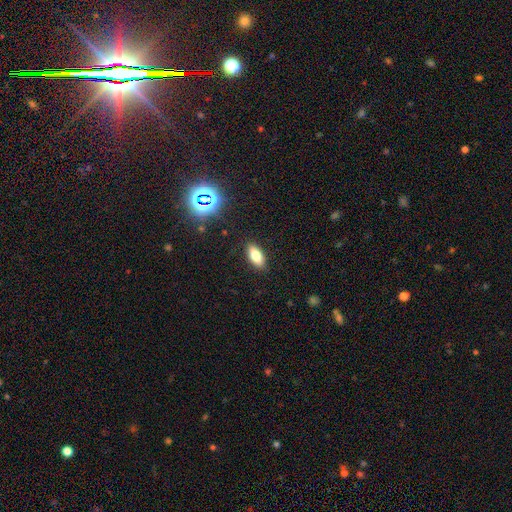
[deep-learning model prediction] smooth 77%, featured or disk 13%, star or artifact 11%. Down the decision tree: how rounded — in between (85%); merging — none (89%).